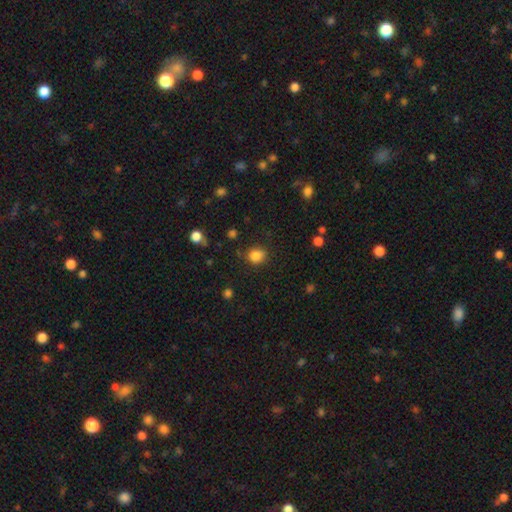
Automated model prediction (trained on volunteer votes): smooth 84%, star or artifact 12%, featured or disk 4%. Down the decision tree: how rounded — round (71%); merging — none (76%).